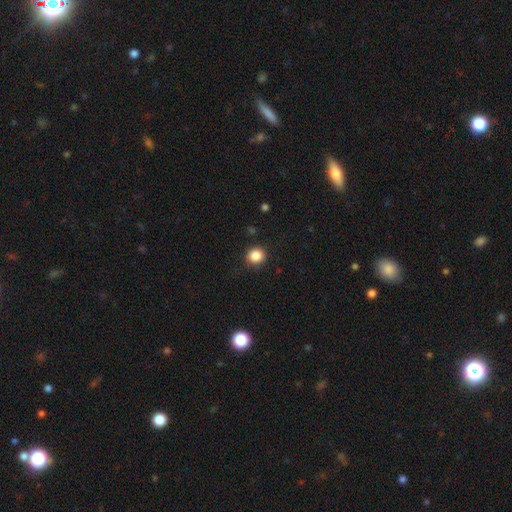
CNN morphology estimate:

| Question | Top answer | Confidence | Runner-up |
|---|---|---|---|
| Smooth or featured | smooth | 86% | star or artifact (10%) |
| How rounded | round | 87% | in between (12%) |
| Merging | none | 89% | minor disturbance (8%) |